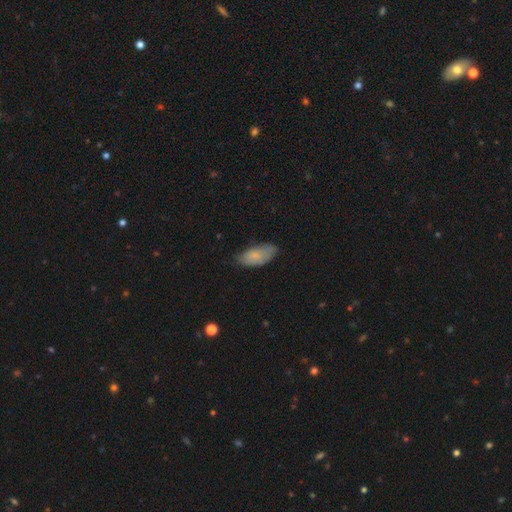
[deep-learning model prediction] Smooth or featured?
  - smooth: 78% *
  - featured or disk: 15%
  - star or artifact: 7%
How rounded?
  - in between: 90% *
  - cigar-shaped: 7%
  - round: 2%
Merging?
  - none: 62% *
  - minor disturbance: 30%
  - major disturbance: 6%
  - merger: 2%